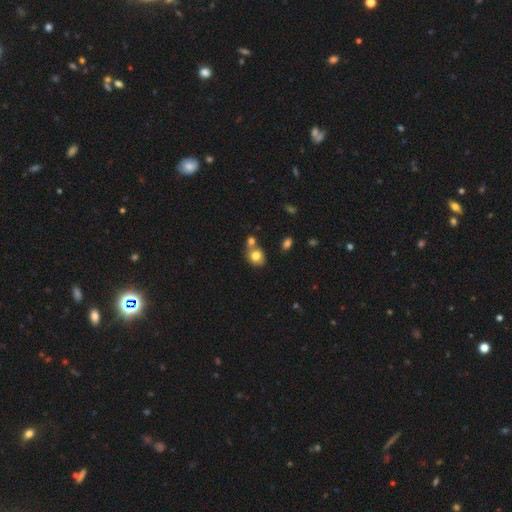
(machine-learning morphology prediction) type=smooth (79%); roundness=round (62%); merging=none (48%).